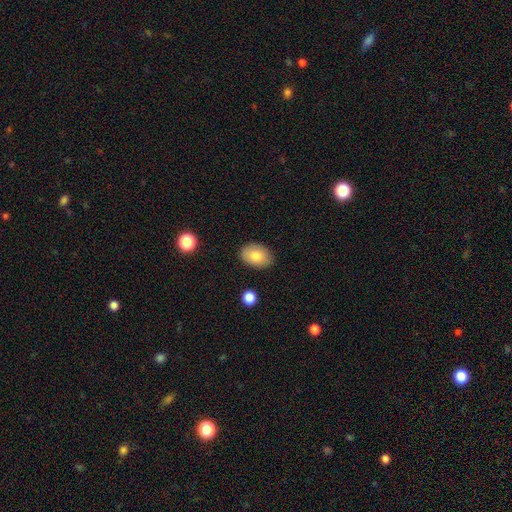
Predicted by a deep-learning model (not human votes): This is clearly a smooth galaxy (81%). How rounded: clearly in between (82%). Merging: clearly none (84%).